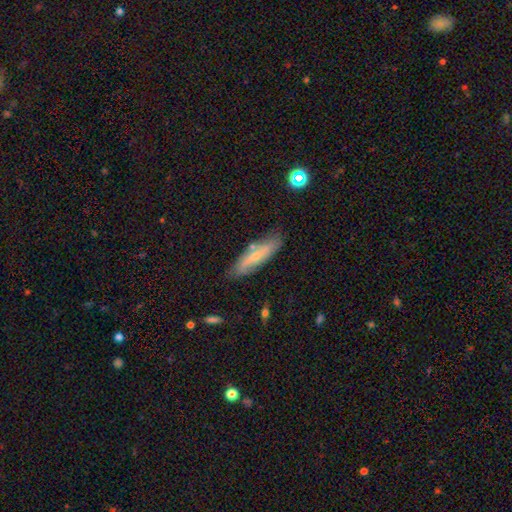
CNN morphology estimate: smooth 48%, featured or disk 45%, star or artifact 7%. Down the decision tree: merging — none (76%).